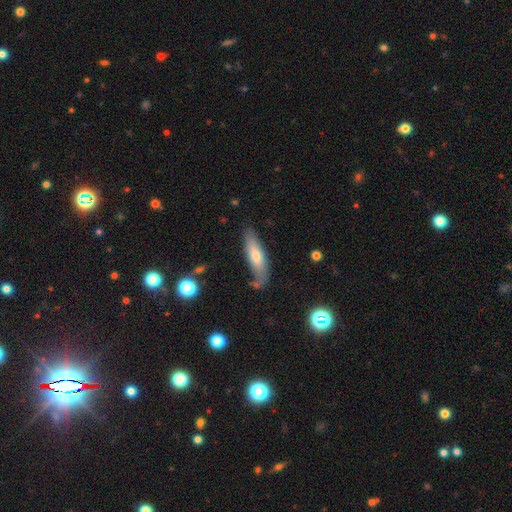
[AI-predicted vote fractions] Morphology: type=smooth (63%); roundness=cigar-shaped (60%); merging=none (68%).